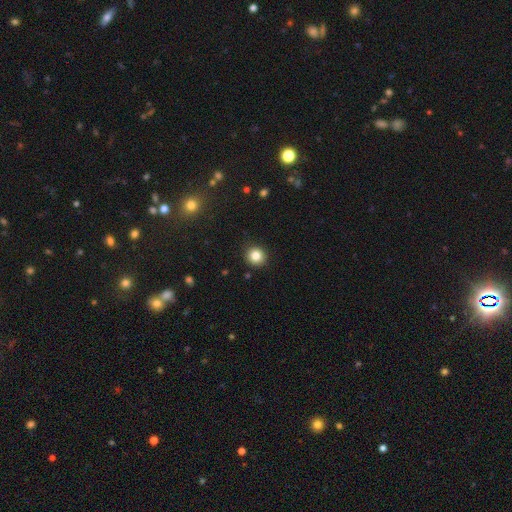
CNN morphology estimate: Smooth or featured: smooth — 84% (star or artifact — 11%)
How rounded: round — 91% (in between — 8%)
Merging: none — 91% (minor disturbance — 6%)